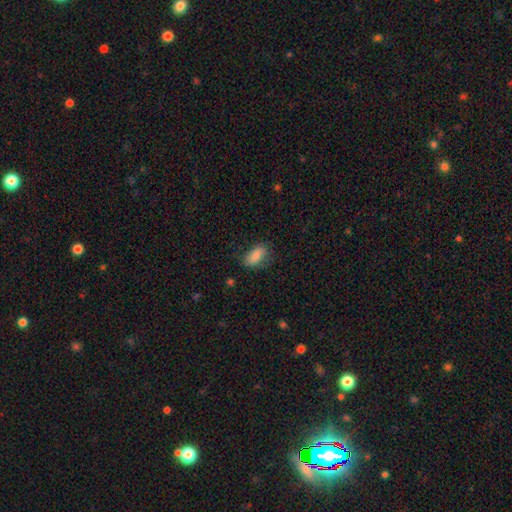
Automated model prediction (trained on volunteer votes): Smooth or featured? smooth (82%)
How rounded? in between (89%)
Merging? none (71%)